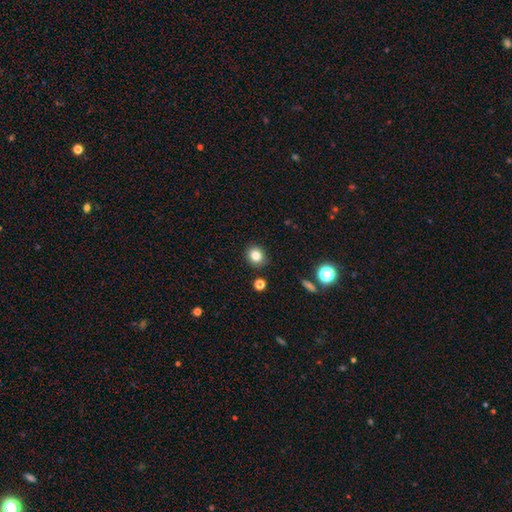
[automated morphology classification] This appears to be a smooth galaxy with no disk features (82%) that is round (76%). Merging: none (87%).